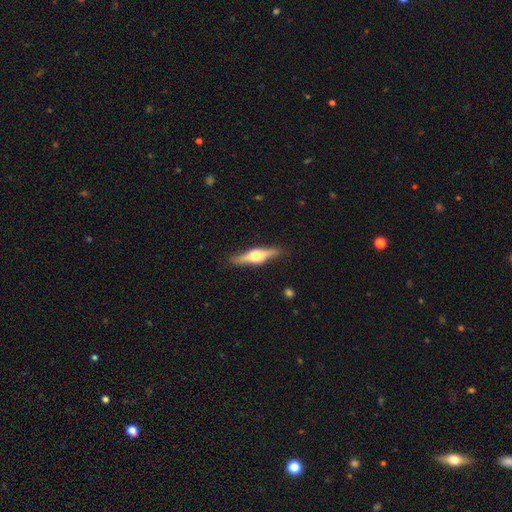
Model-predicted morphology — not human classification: This appears to be a featured or disk galaxy (69%) viewed edge-on (97%) with a rounded central bulge (94%). Merging: none (87%).